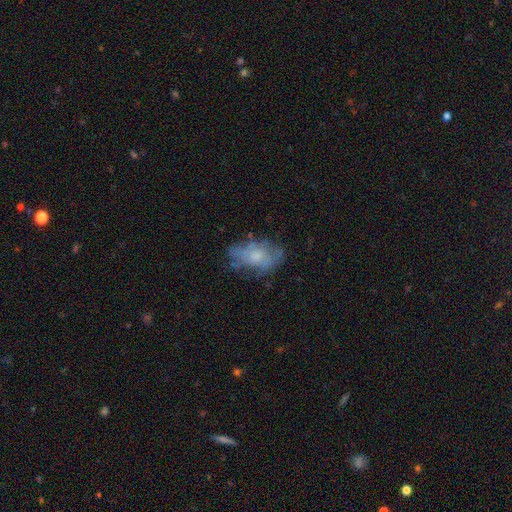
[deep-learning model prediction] The model was most divided on "smooth or featured": featured or disk: 50%, smooth: 40%, star or artifact: 9%. More confident: edge-on disk — no (94%); merging — none (56%).